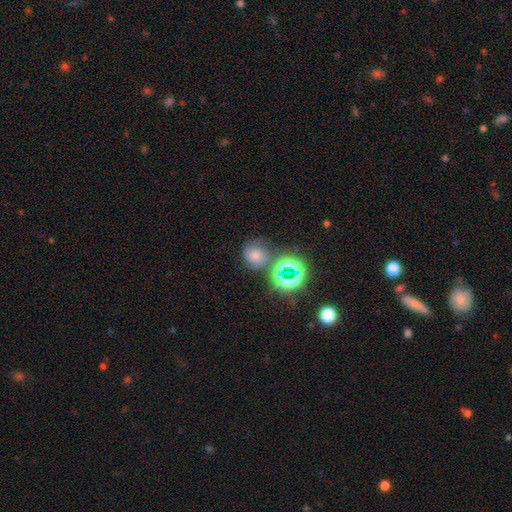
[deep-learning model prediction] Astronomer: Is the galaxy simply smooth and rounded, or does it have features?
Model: smooth — 38%, tied with star or artifact at 38%.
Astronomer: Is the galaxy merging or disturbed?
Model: none — 62%.